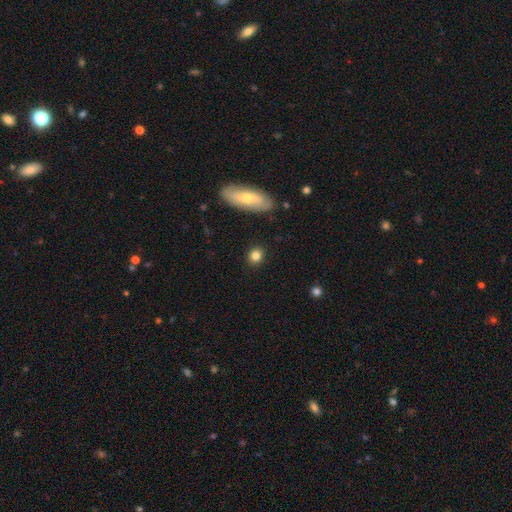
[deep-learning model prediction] Q: Smooth or featured?
A: smooth (83%); runner-up: star or artifact (9%)
Q: How rounded?
A: round (71%); runner-up: in between (26%)
Q: Merging?
A: none (88%); runner-up: minor disturbance (8%)